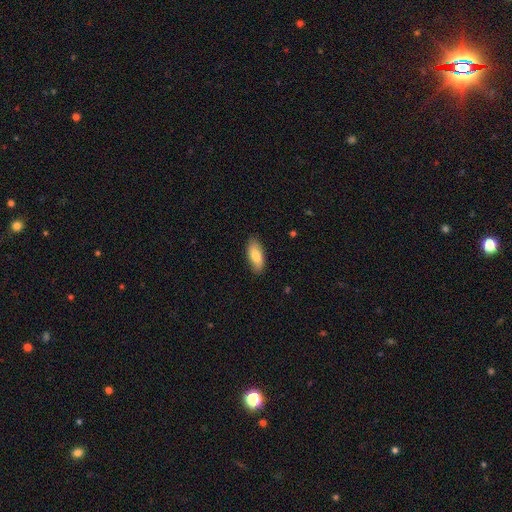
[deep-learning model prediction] smooth-or-featured: smooth: 79% | featured or disk: 15% | star or artifact: 6%
  how-rounded: in between: 84% | cigar-shaped: 13% | round: 2%
  merging: none: 85% | minor disturbance: 12% | major disturbance: 2% | merger: 1%